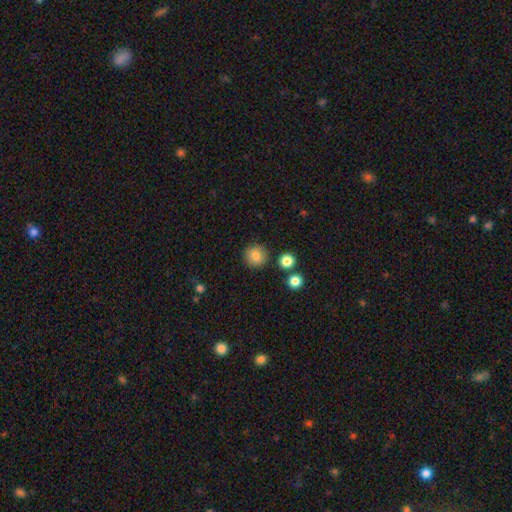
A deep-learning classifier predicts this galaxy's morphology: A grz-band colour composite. It shows a smooth galaxy with no disk features (83%) that is round (93%). Merging: none (88%).